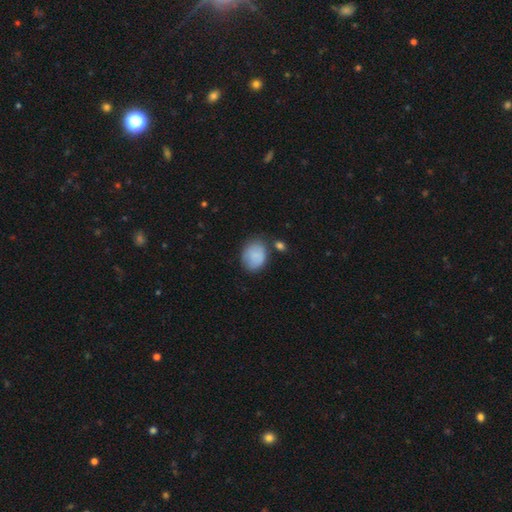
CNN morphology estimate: This appears to be a smooth galaxy with no disk features (85%) that is in between round and cigar-shaped (51%). Merging: none (66%).